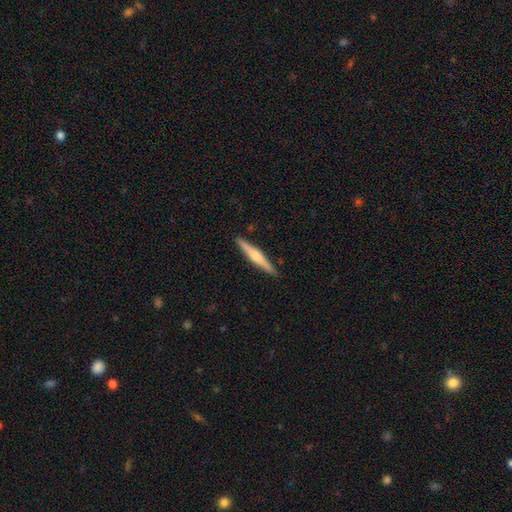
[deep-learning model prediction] smooth-or-featured: featured or disk: 60% | smooth: 35% | star or artifact: 5%
  disk-edge-on: yes: 98% | no: 2%
    edge-on-bulge: rounded: 75% | boxy: 13% | none: 11%
  merging: none: 91% | minor disturbance: 7% | major disturbance: 1% | merger: 1%